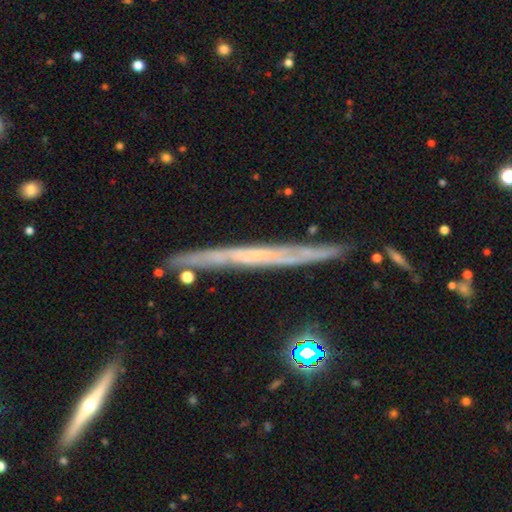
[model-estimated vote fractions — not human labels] smooth_or_featured: featured or disk (p=0.69) [alt: smooth p=0.23]
disk_edge_on: yes (p=0.94) [alt: no p=0.06]
edge_on_bulge: none (p=0.84) [alt: rounded p=0.12]
merging: none (p=0.82) [alt: minor disturbance p=0.14]